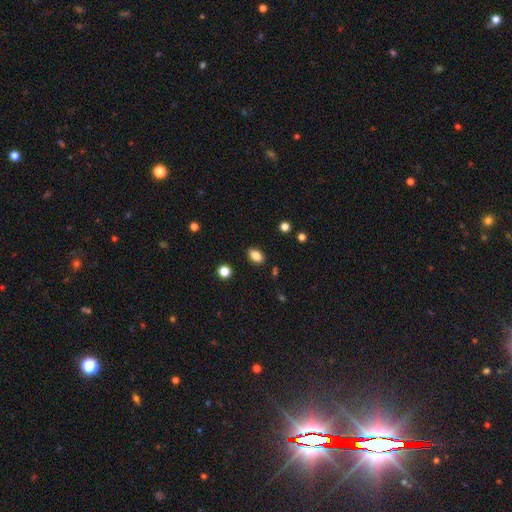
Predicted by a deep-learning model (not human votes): Q: Smooth or featured?
A: smooth (85%); runner-up: star or artifact (10%)
Q: How rounded?
A: in between (85%); runner-up: round (13%)
Q: Merging?
A: none (87%); runner-up: minor disturbance (9%)